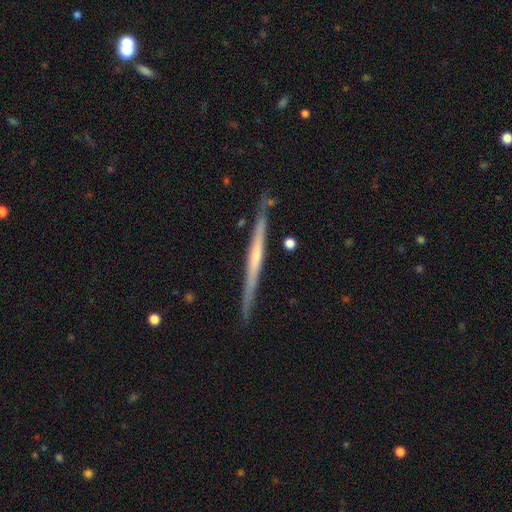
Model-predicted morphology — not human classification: type=featured or disk (71%); edge-on=yes (98%); edge-on bulge=none (63%); merging=none (86%).